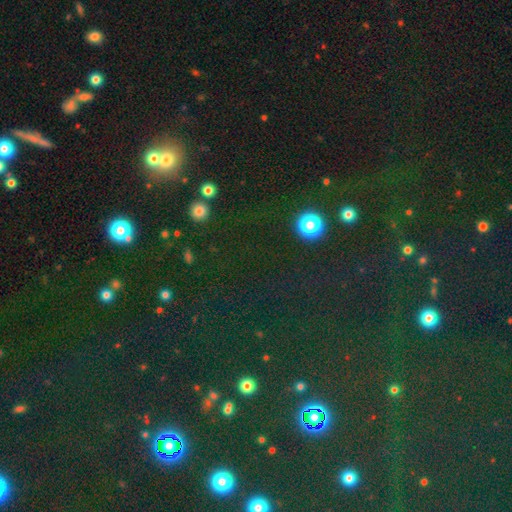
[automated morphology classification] The model was most divided on "smooth or featured": star or artifact: 66%, smooth: 25%, featured or disk: 9%.